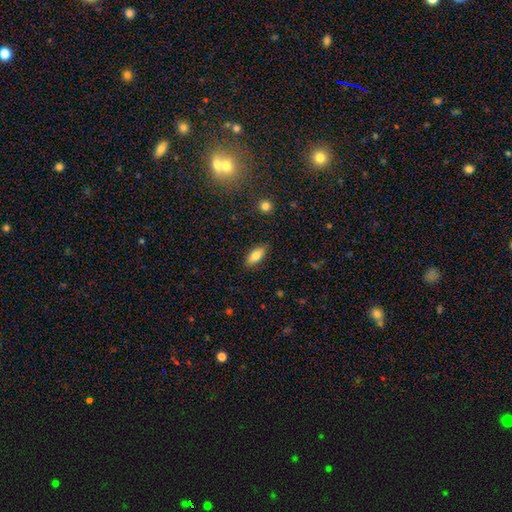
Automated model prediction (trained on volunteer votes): The model was most divided on "smooth or featured": smooth: 76%, featured or disk: 16%, star or artifact: 7%. More confident: merging — none (85%); how rounded — in between (80%).